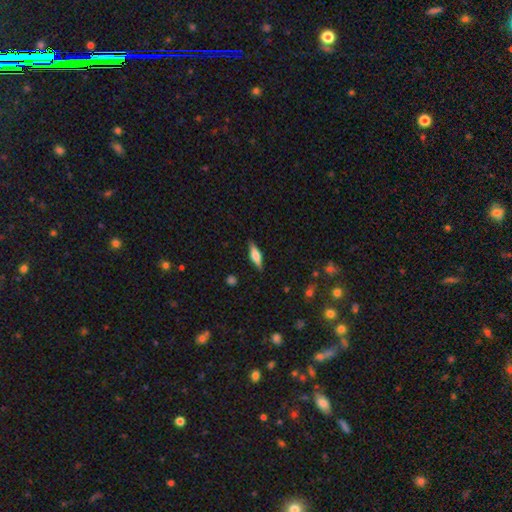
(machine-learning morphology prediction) Smooth or featured? Predicted: smooth (p=0.53). How rounded? Predicted: cigar-shaped (p=0.59). Merging? Predicted: none (p=0.87).